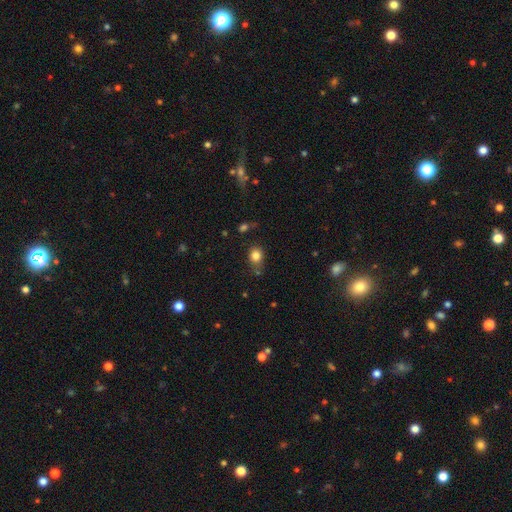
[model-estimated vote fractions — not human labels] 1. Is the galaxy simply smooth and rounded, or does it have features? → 82% smooth, 12% star or artifact, 6% featured or disk.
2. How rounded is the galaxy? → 62% round, 37% in between, 1% cigar-shaped.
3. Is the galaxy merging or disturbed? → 71% none, 18% minor disturbance, 6% merger, 5% major disturbance.